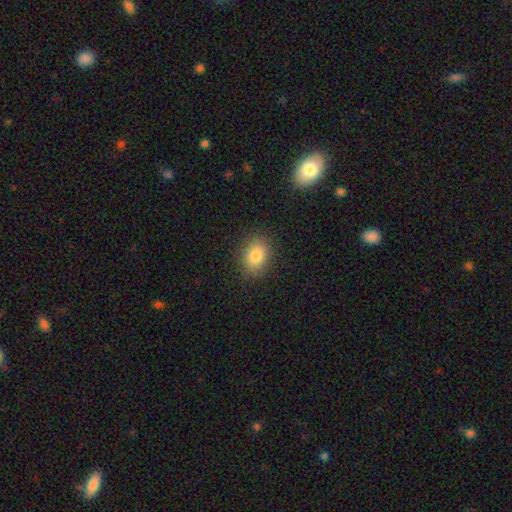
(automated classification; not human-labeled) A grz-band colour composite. It shows a smooth galaxy with no disk features (84%) that is in between round and cigar-shaped (66%). Merging: none (86%).